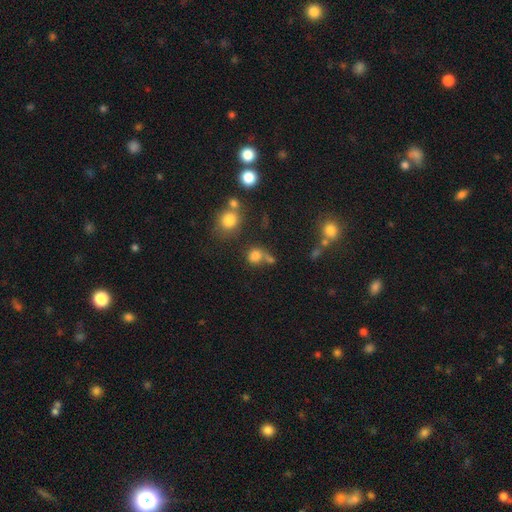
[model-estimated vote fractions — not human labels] Overall: smooth (76%). How rounded: round (76%). Merging: none (49%; merger 28%).